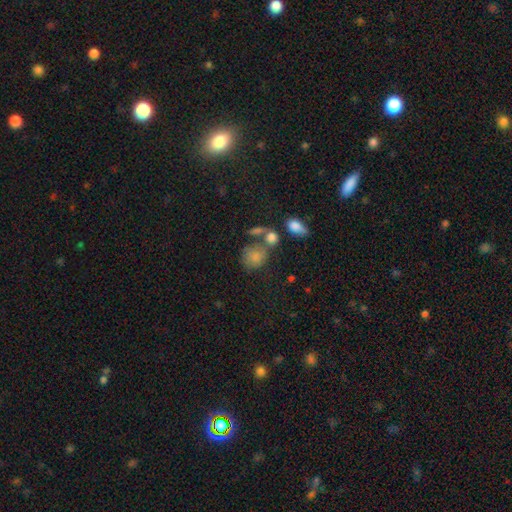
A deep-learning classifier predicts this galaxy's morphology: smooth-or-featured: smooth: 75% | featured or disk: 14% | star or artifact: 11%
  how-rounded: round: 63% | in between: 36% | cigar-shaped: 2%
  merging: none: 39% | merger: 30% | minor disturbance: 18% | major disturbance: 13%